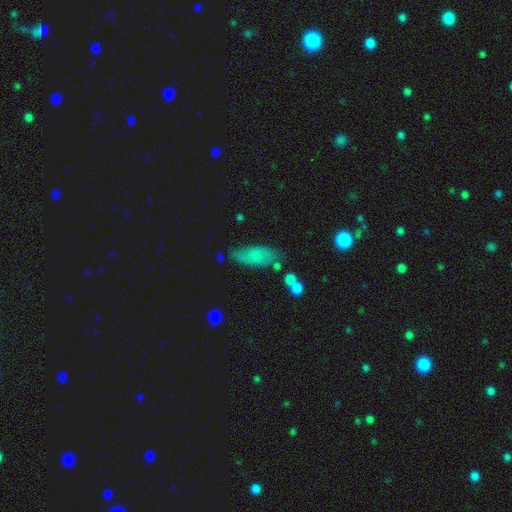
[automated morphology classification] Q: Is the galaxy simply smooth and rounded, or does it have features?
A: smooth — 61%.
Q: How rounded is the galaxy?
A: in between — 82%.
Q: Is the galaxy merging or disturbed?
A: none — 62%.